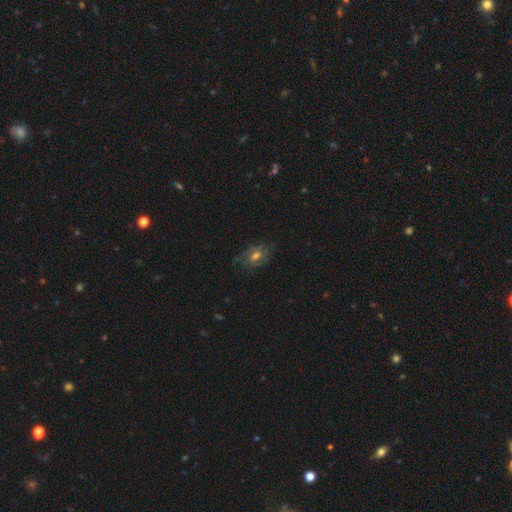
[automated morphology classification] smooth_or_featured: featured or disk (p=0.54) [alt: smooth p=0.31]
disk_edge_on: no (p=0.94) [alt: yes p=0.06]
bar: no (p=0.48) [alt: weak p=0.42]
has_spiral_arms: yes (p=0.78) [alt: no p=0.22]
bulge_size: moderate (p=0.61) [alt: small p=0.19]
merging: none (p=0.70) [alt: minor disturbance p=0.19]